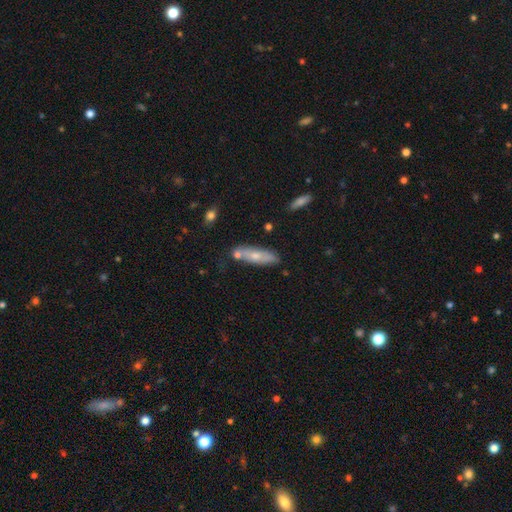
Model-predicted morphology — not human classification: The model was most divided on "how rounded": cigar-shaped: 57%, in between: 41%, round: 2%. More confident: merging — none (70%); smooth or featured — smooth (60%).